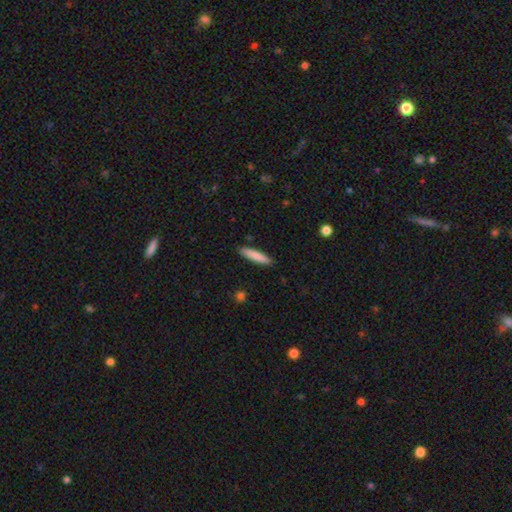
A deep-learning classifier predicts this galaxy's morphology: A smooth galaxy with no disk features (85%) that is cigar-shaped (85%).

Vote fractions:
- Smooth or featured? smooth: 85% / featured or disk: 10% / star or artifact: 6%
- How rounded? cigar-shaped: 85% / in between: 14% / round: 1%
- Merging? none: 89% / minor disturbance: 8% / major disturbance: 2% / merger: 1%